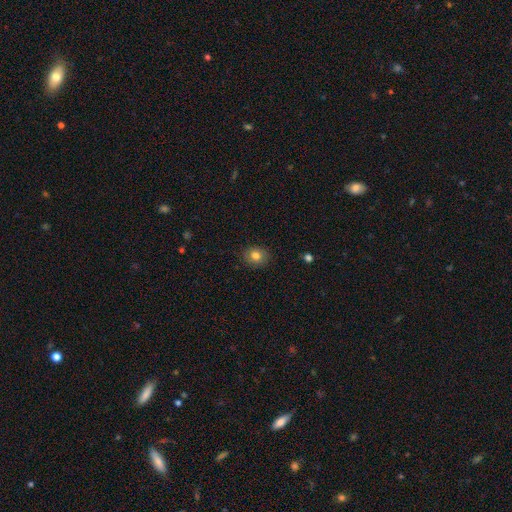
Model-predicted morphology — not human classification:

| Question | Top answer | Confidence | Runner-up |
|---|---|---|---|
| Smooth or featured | smooth | 80% | star or artifact (10%) |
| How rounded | round | 66% | in between (33%) |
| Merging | none | 88% | minor disturbance (9%) |